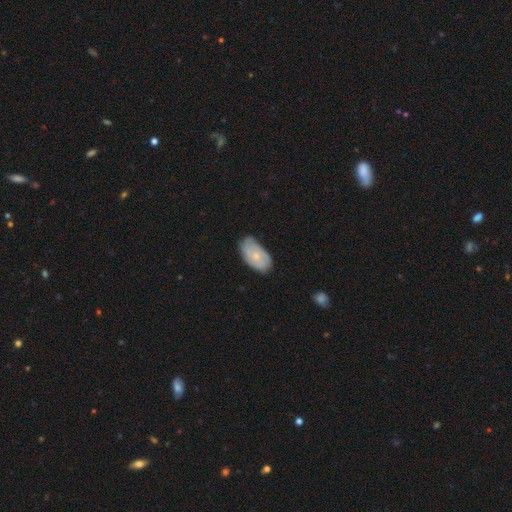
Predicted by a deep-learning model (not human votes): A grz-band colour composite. It shows a smooth galaxy with no disk features (53%) that is in between round and cigar-shaped (93%). Merging: none (58%).